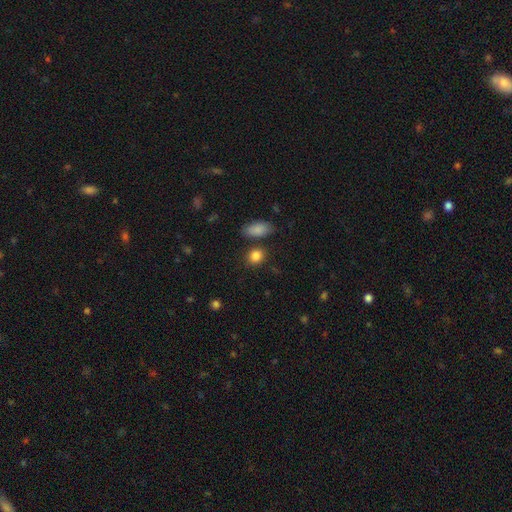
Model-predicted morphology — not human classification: Smooth or featured: smooth — 87% (star or artifact — 9%)
How rounded: round — 57% (in between — 41%)
Merging: none — 77% (minor disturbance — 11%)